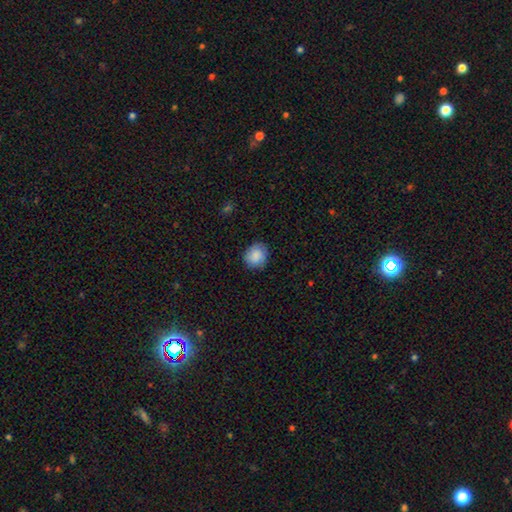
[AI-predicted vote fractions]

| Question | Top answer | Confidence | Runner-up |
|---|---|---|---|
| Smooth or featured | smooth | 85% | featured or disk (7%) |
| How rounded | round | 72% | in between (28%) |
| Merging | none | 82% | minor disturbance (14%) |